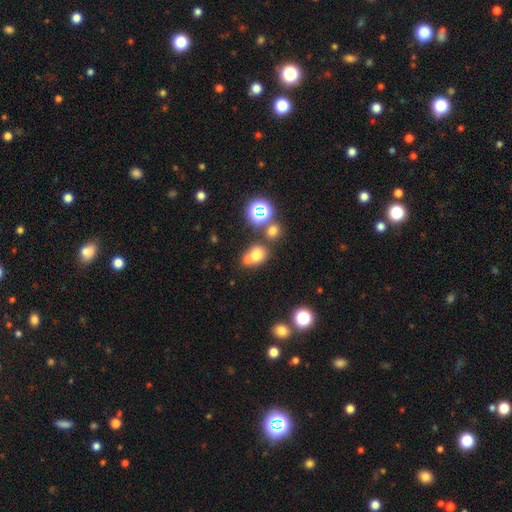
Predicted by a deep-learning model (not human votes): Smooth or featured? smooth (69%)
How rounded? round (59%)
Merging? none (49%)